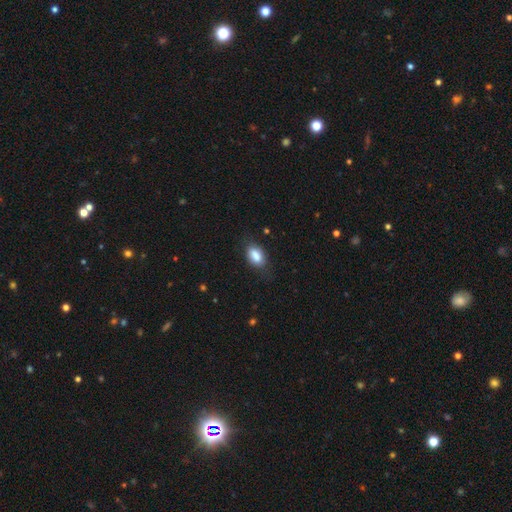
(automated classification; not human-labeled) Smooth or featured: smooth — 85% (star or artifact — 8%)
How rounded: in between — 89% (round — 8%)
Merging: none — 71% (minor disturbance — 21%)